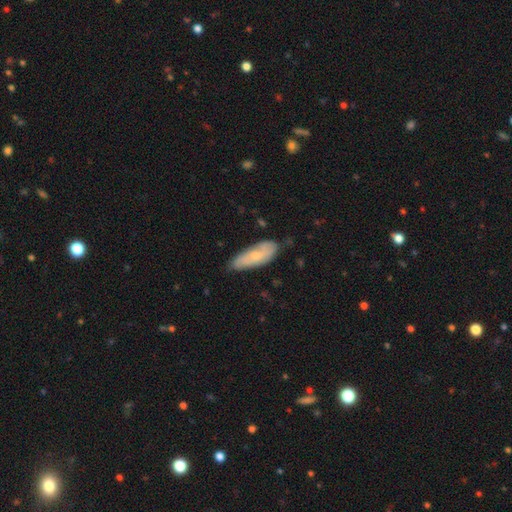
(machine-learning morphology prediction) Smooth or featured: smooth — 55% (featured or disk — 39%)
How rounded: in between — 67% (cigar-shaped — 31%)
Merging: none — 67% (minor disturbance — 27%)